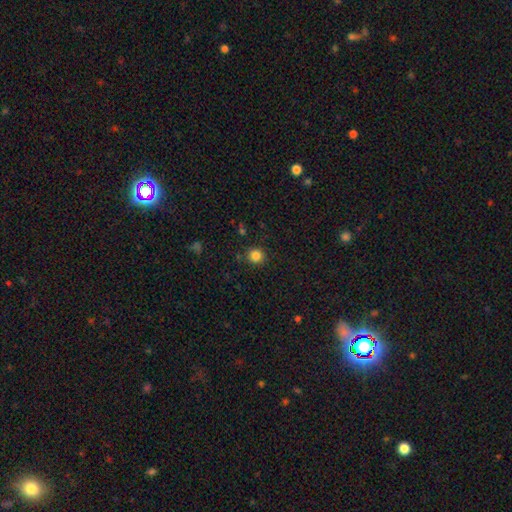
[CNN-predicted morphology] A smooth galaxy with no disk features (84%) that is round (92%). Merging: none (89%).